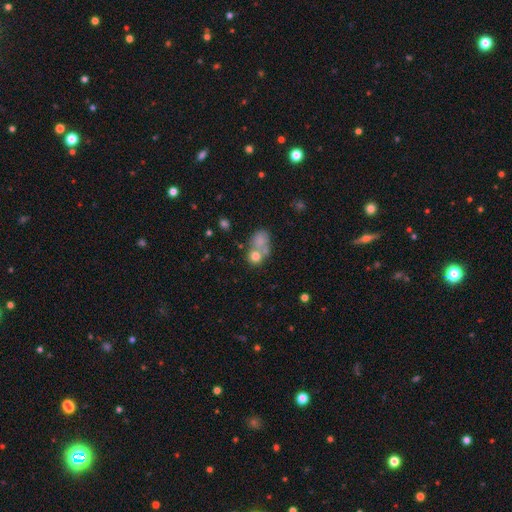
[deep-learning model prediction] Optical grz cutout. It shows a smooth galaxy with no disk features (73%) that is round (69%). Merging: merger (51%).